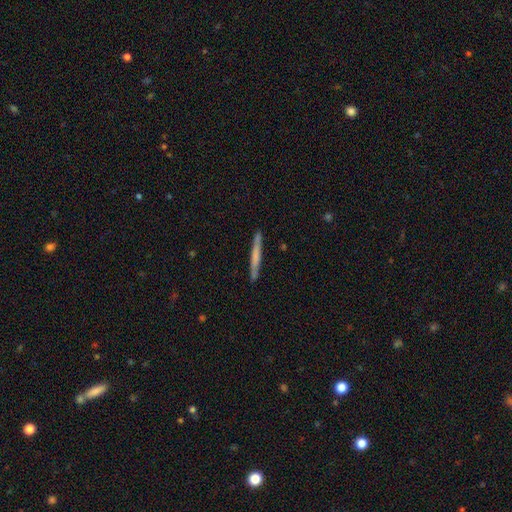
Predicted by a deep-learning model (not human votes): A smooth galaxy with no disk features (56%) that is cigar-shaped (97%).

Vote fractions:
- Smooth or featured? smooth: 56% / featured or disk: 39% / star or artifact: 5%
- How rounded? cigar-shaped: 97% / in between: 2% / round: 1%
- Merging? none: 90% / minor disturbance: 7% / major disturbance: 1% / merger: 1%